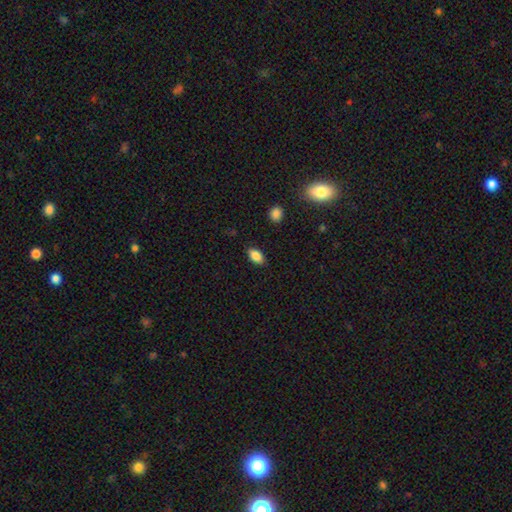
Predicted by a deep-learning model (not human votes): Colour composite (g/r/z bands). It shows a smooth galaxy with no disk features (86%) that is in between round and cigar-shaped (91%). Merging: none (86%).